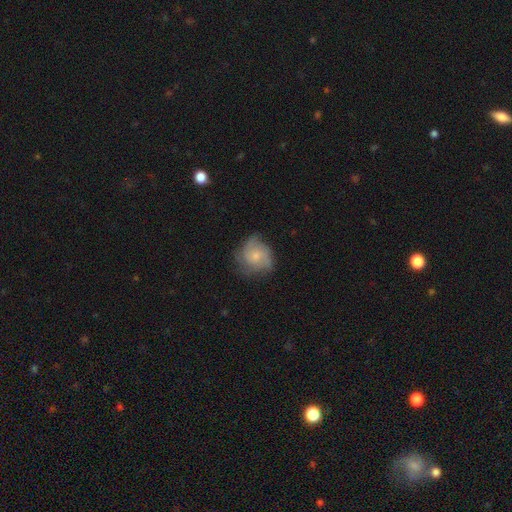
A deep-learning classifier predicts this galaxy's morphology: featured or disk 53%, smooth 40%, star or artifact 7%. Down the decision tree: edge-on disk — no (98%); bar — no (78%); spiral arms — yes (85%); bulge size — small (53%); merging — none (62%).